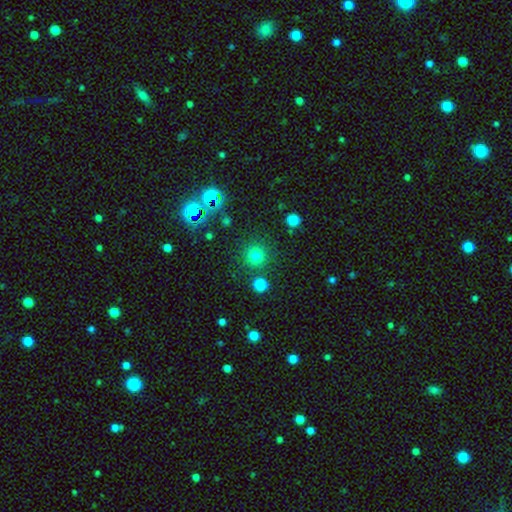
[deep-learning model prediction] This is likely a smooth galaxy (77%). How rounded: clearly round (95%). Merging: clearly none (85%).